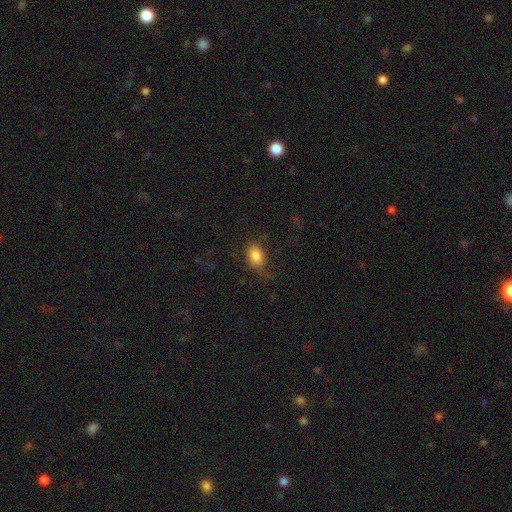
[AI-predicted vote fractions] smooth-or-featured: smooth: 83% | star or artifact: 9% | featured or disk: 7%
  how-rounded: in between: 78% | round: 21% | cigar-shaped: 2%
  merging: none: 64% | minor disturbance: 22% | major disturbance: 12% | merger: 2%